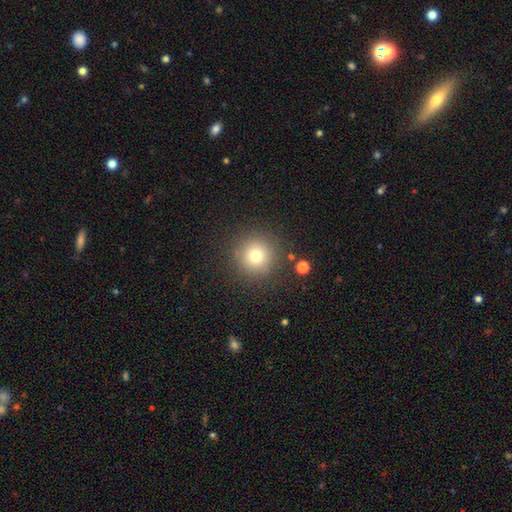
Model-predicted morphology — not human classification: type=smooth (75%); roundness=round (95%); merging=none (87%).